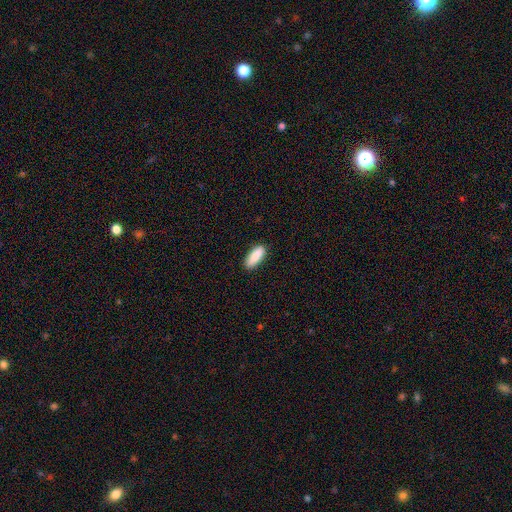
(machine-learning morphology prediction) Smooth or featured? Predicted: smooth (p=0.89). How rounded? Predicted: in between (p=0.70). Merging? Predicted: none (p=0.88).